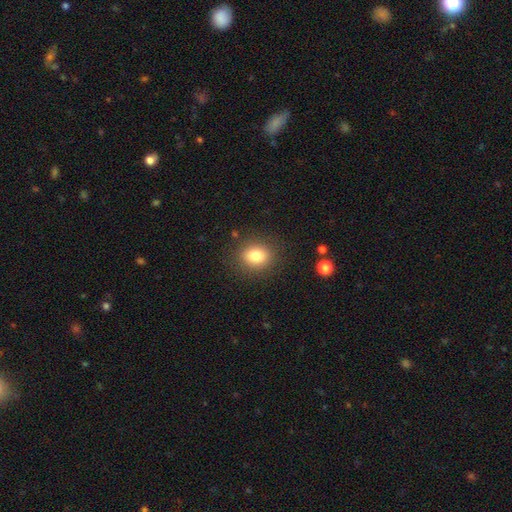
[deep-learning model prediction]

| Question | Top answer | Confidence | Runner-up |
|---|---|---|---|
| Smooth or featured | smooth | 81% | star or artifact (11%) |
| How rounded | round | 58% | in between (41%) |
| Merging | none | 86% | minor disturbance (9%) |